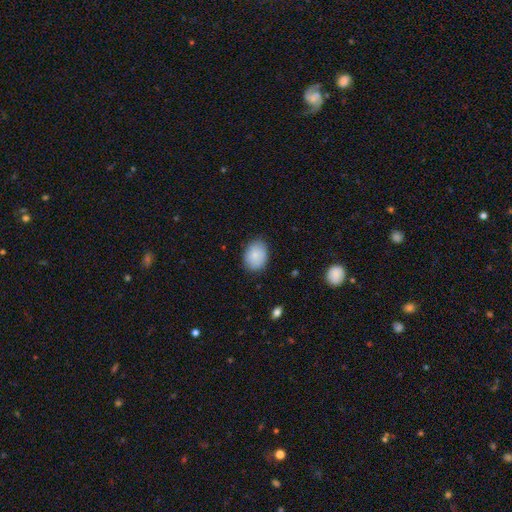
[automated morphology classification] A smooth galaxy with no disk features (84%) that is in between round and cigar-shaped (67%). Merging: none (82%).